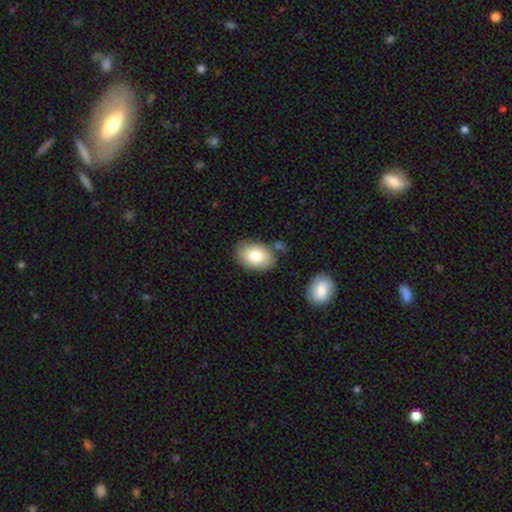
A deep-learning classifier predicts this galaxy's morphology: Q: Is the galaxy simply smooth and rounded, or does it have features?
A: smooth — 81%.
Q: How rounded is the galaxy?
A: in between — 86%.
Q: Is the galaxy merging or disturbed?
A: none — 77%.